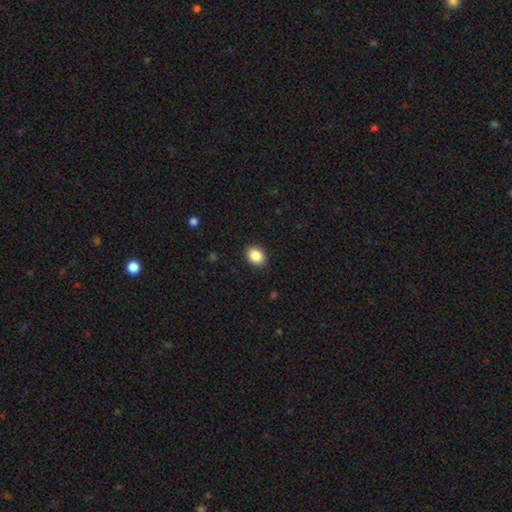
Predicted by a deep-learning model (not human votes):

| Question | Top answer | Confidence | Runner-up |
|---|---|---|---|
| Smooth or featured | smooth | 88% | star or artifact (8%) |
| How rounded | in between | 62% | round (37%) |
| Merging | none | 90% | minor disturbance (7%) |